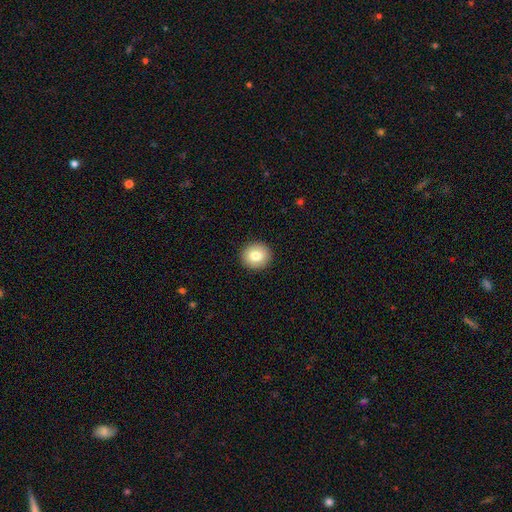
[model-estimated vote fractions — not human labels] Smooth or featured: smooth — 81% (featured or disk — 11%)
How rounded: round — 91% (in between — 8%)
Merging: none — 93% (minor disturbance — 5%)